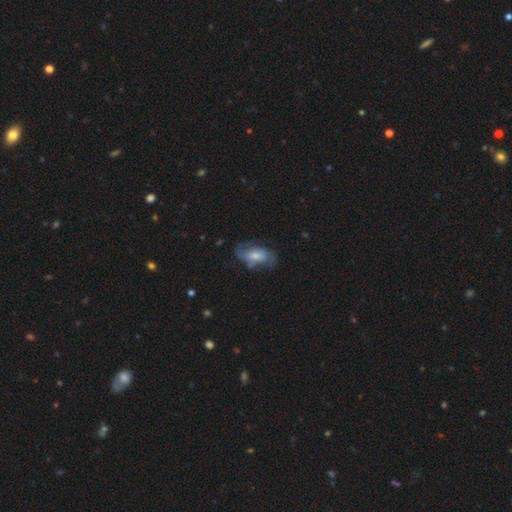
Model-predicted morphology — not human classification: A featured or disk galaxy (48%).

Vote fractions:
- Smooth or featured? featured or disk: 48% / smooth: 44% / star or artifact: 8%
- Merging? none: 53% / minor disturbance: 26% / major disturbance: 19% / merger: 2%